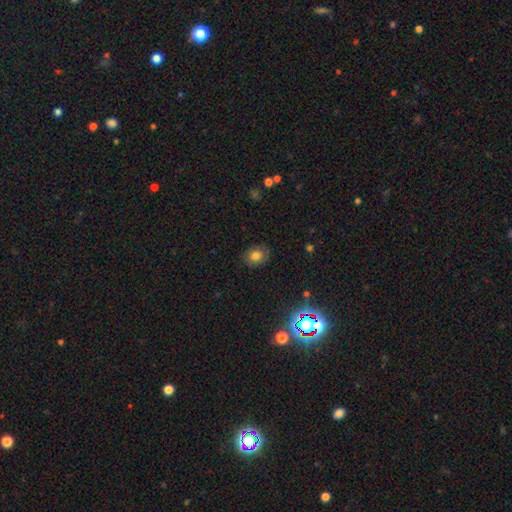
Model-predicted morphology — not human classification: A smooth galaxy with no disk features (77%) that is in between round and cigar-shaped (63%).

Vote fractions:
- Smooth or featured? smooth: 77% / star or artifact: 14% / featured or disk: 9%
- How rounded? in between: 63% / round: 36% / cigar-shaped: 1%
- Merging? none: 83% / minor disturbance: 13% / major disturbance: 3% / merger: 1%